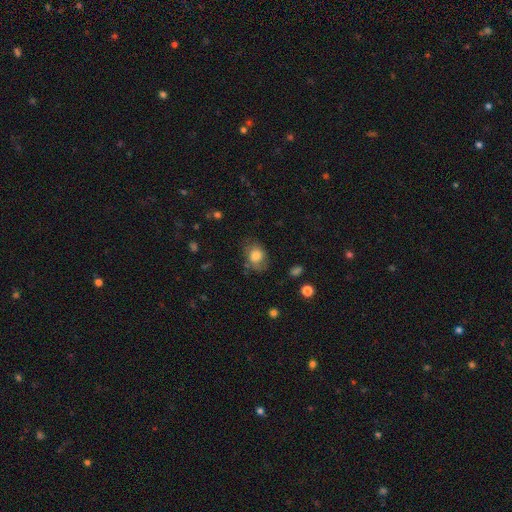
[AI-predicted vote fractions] Smooth or featured? Predicted: smooth (p=0.75). How rounded? Predicted: in between (p=0.60). Merging? Predicted: none (p=0.61).